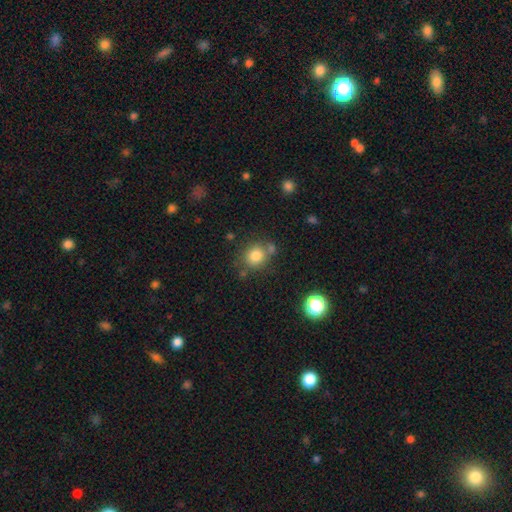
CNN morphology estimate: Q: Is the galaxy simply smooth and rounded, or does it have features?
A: smooth — 81%.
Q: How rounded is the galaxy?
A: round — 78%.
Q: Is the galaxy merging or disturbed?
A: none — 68%.